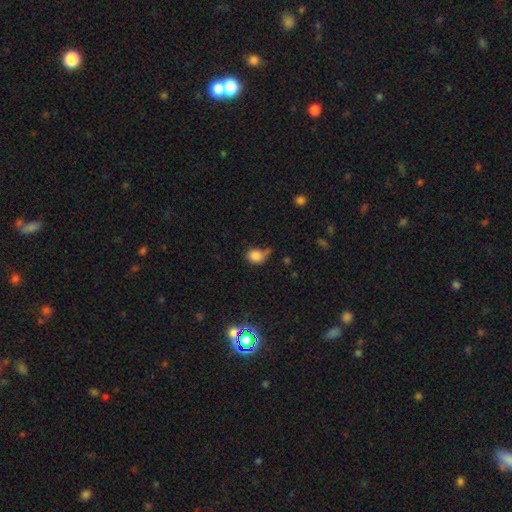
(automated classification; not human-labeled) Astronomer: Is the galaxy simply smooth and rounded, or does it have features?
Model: smooth — 82%.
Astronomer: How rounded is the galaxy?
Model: round — 72%.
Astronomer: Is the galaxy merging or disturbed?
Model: none — 42% (runner-up: minor disturbance, 33%).